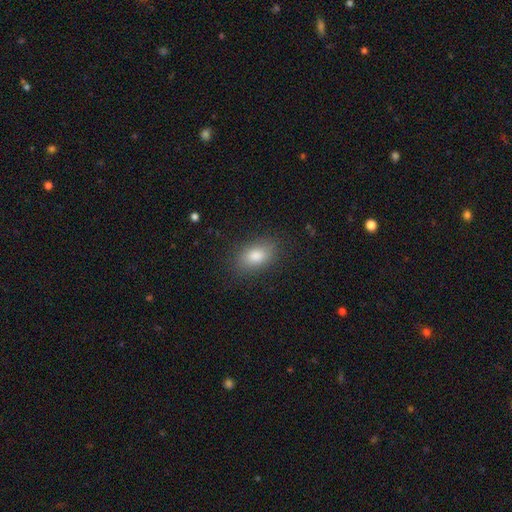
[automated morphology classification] A smooth galaxy with no disk features (82%) that is in between round and cigar-shaped (87%).

Vote fractions:
- Smooth or featured? smooth: 82% / featured or disk: 9% / star or artifact: 9%
- How rounded? in between: 87% / round: 10% / cigar-shaped: 3%
- Merging? none: 85% / minor disturbance: 11% / major disturbance: 3% / merger: 1%